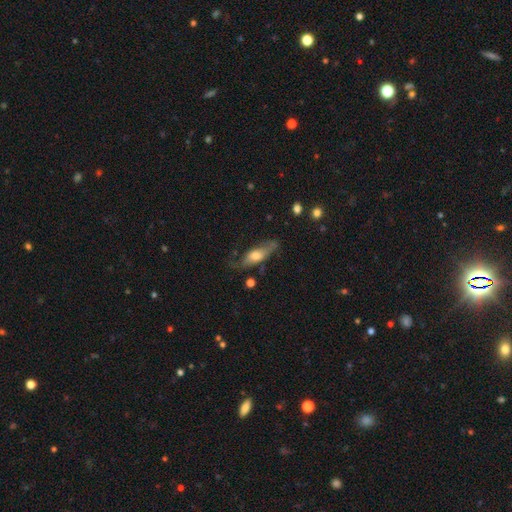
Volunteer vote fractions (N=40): Overall: featured or disk (52%; smooth 45%). Edge-on disk: yes (62%; no 38%). Edge-on bulge: rounded (100%). Merging: none (41%; minor disturbance 36%).